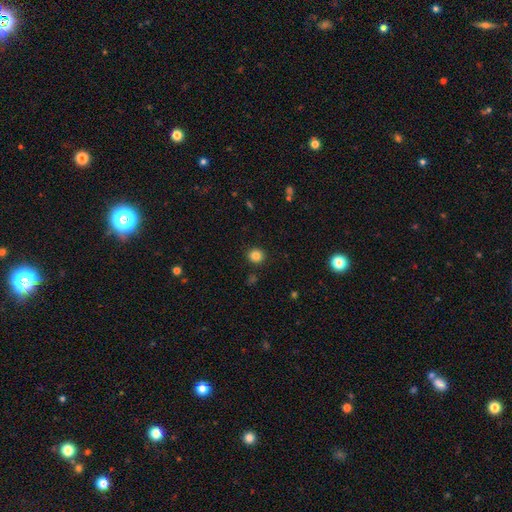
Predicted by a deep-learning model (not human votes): This appears to be a smooth galaxy with no disk features (84%) that is round (86%). Merging: none (90%).